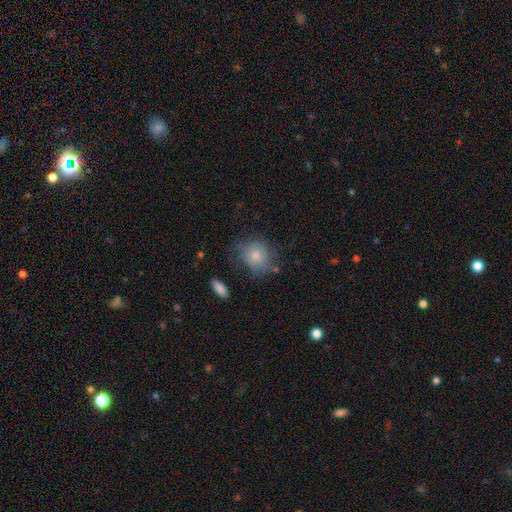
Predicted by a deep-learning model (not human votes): Morphology: type=smooth (77%); roundness=round (66%); merging=none (57%).